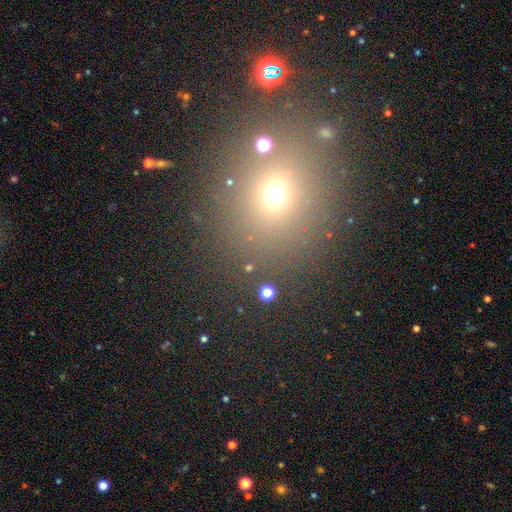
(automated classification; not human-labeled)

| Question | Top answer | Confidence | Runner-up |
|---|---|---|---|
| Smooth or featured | smooth | 57% | star or artifact (33%) |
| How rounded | round | 70% | in between (28%) |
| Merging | none | 81% | minor disturbance (9%) |